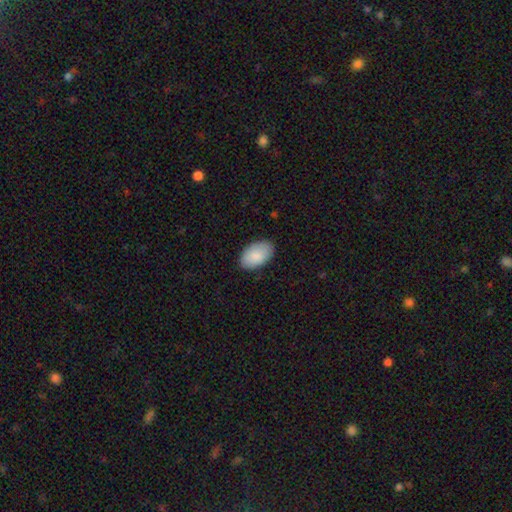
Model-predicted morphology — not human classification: This appears to be a smooth galaxy with no disk features (88%) that is in between round and cigar-shaped (95%). Merging: none (85%).